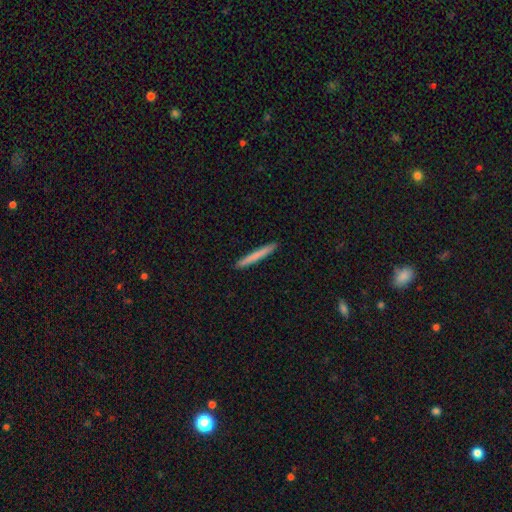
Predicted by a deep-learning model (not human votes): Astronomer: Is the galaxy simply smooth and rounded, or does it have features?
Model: smooth — 72%.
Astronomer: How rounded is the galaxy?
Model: cigar-shaped — 97%.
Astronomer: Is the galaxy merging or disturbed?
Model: none — 93%.